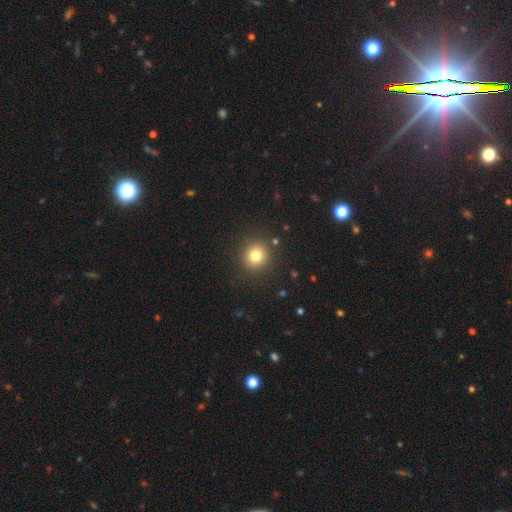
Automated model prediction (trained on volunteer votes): A smooth galaxy with no disk features (78%) that is round (92%). Merging: none (90%).